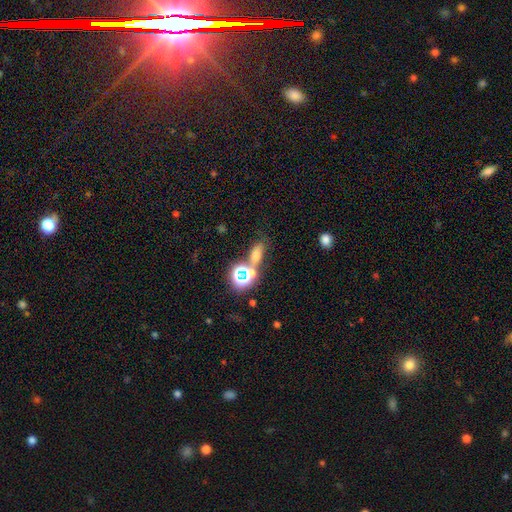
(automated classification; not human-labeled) Smooth or featured: smooth — 55% (star or artifact — 32%)
How rounded: in between — 65% (round — 23%)
Merging: none — 57% (merger — 25%)